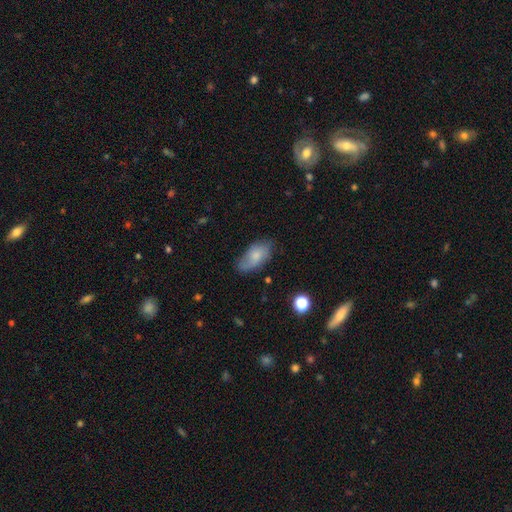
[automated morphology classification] A smooth galaxy with no disk features (69%) that is in between round and cigar-shaped (92%). Merging: none (64%).